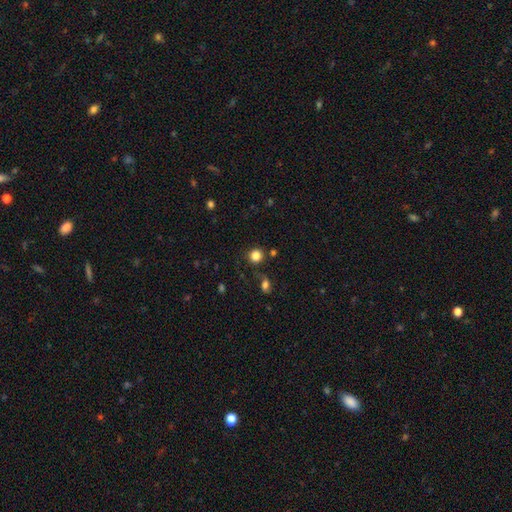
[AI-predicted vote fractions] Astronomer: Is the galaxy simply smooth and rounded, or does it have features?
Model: smooth — 84%.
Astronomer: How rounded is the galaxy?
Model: round — 91%.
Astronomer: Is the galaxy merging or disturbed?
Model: none — 80%.